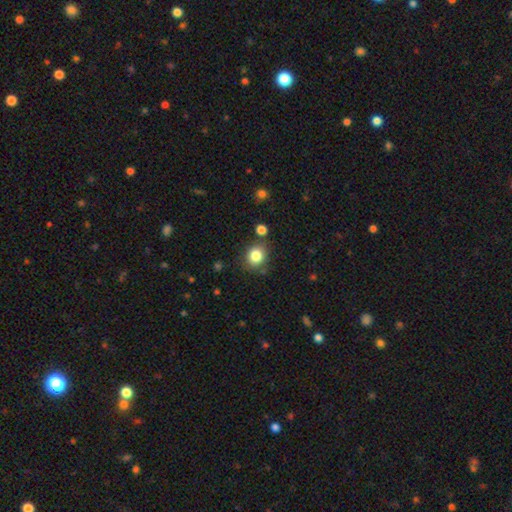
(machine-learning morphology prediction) Smooth or featured? Predicted: smooth (p=0.83). How rounded? Predicted: round (p=0.75). Merging? Predicted: none (p=0.78).